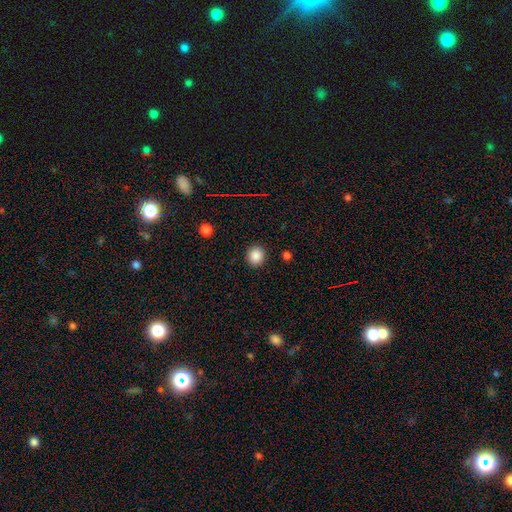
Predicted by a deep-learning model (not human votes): A smooth galaxy with no disk features (86%) that is round (83%).

Vote fractions:
- Smooth or featured? smooth: 86% / star or artifact: 10% / featured or disk: 4%
- How rounded? round: 83% / in between: 16% / cigar-shaped: 1%
- Merging? none: 91% / minor disturbance: 6% / major disturbance: 2% / merger: 1%